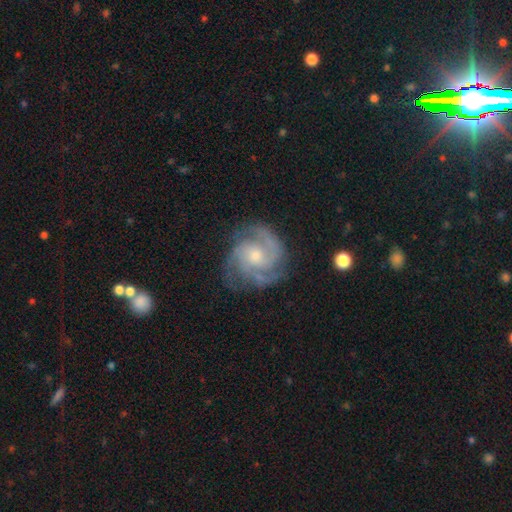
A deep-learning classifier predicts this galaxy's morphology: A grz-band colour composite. It shows a featured or disk galaxy (89%) with no bar (68%), 3 (47%) tight (53%) spiral arms (98%) and a small central bulge (50%). Merging: none (76%).